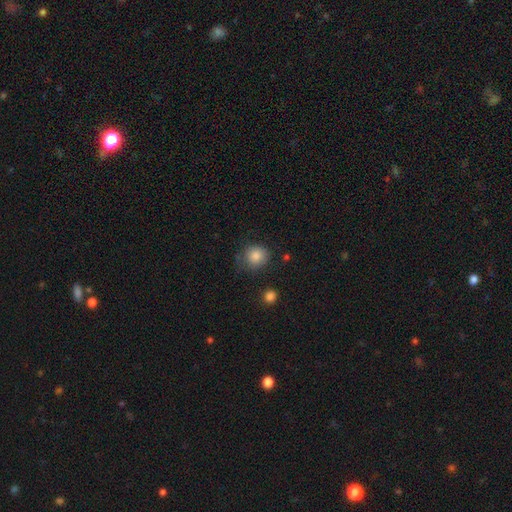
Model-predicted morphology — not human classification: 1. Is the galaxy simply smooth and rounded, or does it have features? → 85% smooth, 9% star or artifact, 6% featured or disk.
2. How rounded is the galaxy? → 85% round, 14% in between, 1% cigar-shaped.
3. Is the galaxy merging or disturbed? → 71% none, 20% minor disturbance, 6% major disturbance, 3% merger.